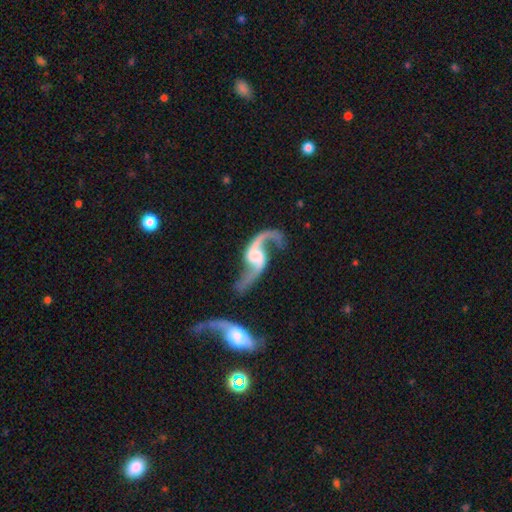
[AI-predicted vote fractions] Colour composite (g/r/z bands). It shows a featured or disk galaxy (93%) with a weak bar (43%), 2 (94%) loose (85%) spiral arms (98%) and a moderate central bulge (35%). Merging: none (73%).